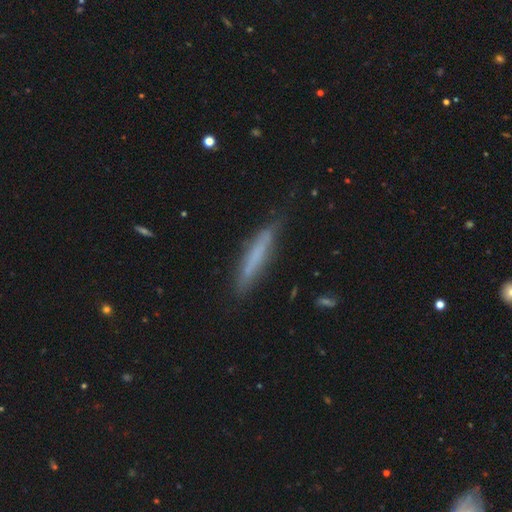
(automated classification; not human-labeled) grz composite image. It shows a smooth galaxy with no disk features (60%) that is cigar-shaped (93%). Merging: none (81%).